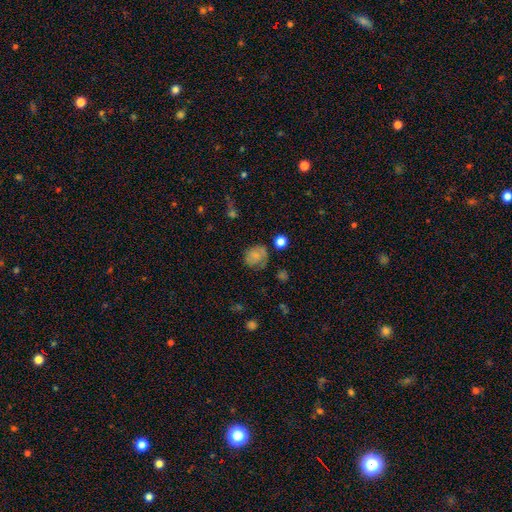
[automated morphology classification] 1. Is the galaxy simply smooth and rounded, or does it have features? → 72% smooth, 16% featured or disk, 12% star or artifact.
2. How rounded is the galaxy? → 68% round, 31% in between, 1% cigar-shaped.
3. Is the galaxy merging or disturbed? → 56% none, 27% minor disturbance, 13% major disturbance, 4% merger.